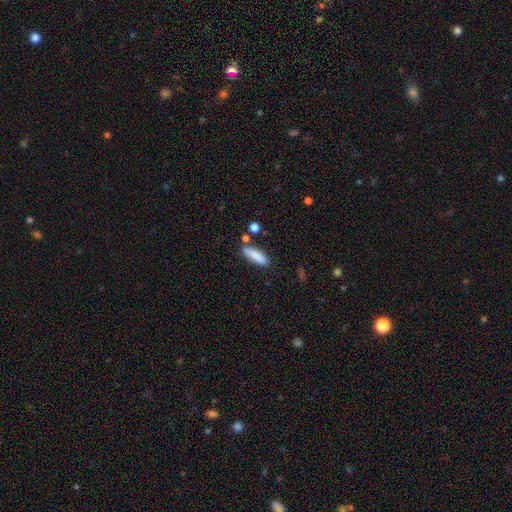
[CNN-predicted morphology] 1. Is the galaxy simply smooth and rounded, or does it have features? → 85% smooth, 8% featured or disk, 7% star or artifact.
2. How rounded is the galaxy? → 56% cigar-shaped, 42% in between, 2% round.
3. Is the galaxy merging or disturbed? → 76% none, 13% minor disturbance, 8% merger, 3% major disturbance.